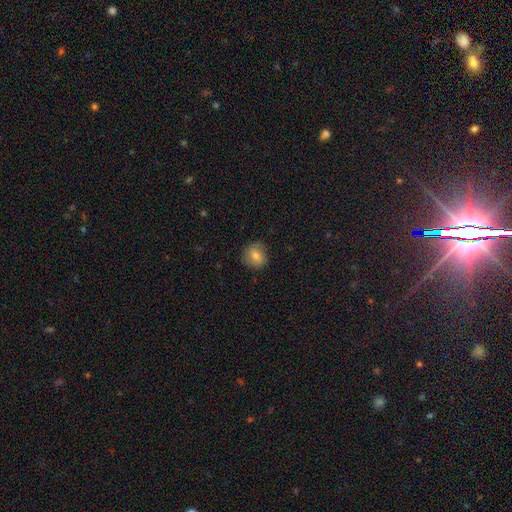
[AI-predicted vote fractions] smooth 79%, featured or disk 11%, star or artifact 10%. Down the decision tree: how rounded — round (85%); merging — none (83%).